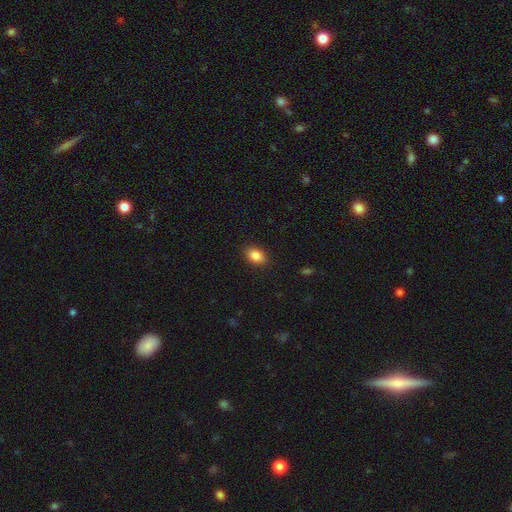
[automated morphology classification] This is clearly a smooth galaxy (87%). How rounded: likely in between (77%). Merging: clearly none (89%).